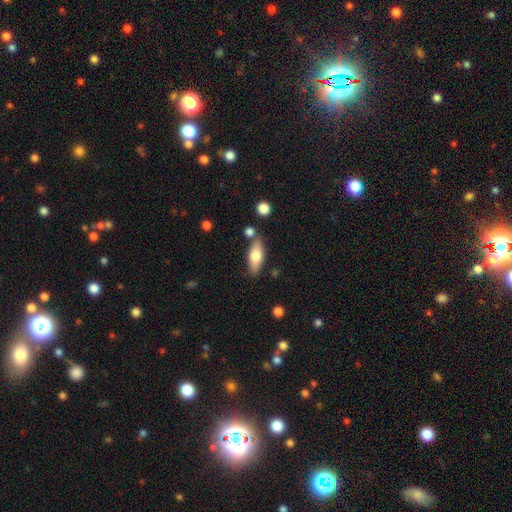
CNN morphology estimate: This is likely a smooth galaxy (67%). How rounded: likely in between (71%). Merging: likely none (76%).